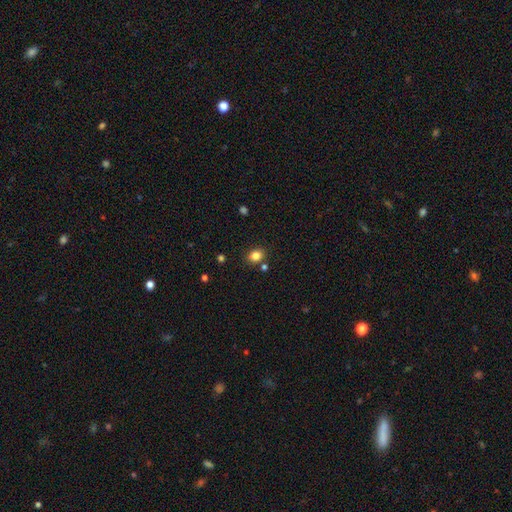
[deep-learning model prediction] Smooth or featured? Predicted: smooth (p=0.82). How rounded? Predicted: round (p=0.53). Merging? Predicted: none (p=0.81).